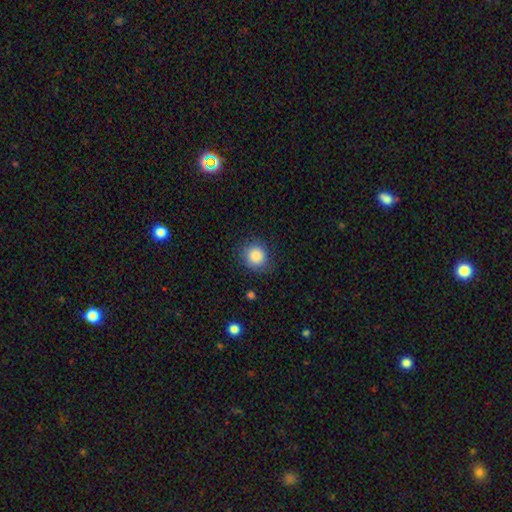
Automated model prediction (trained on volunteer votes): Morphology: type=smooth (85%); roundness=round (83%); merging=none (80%).